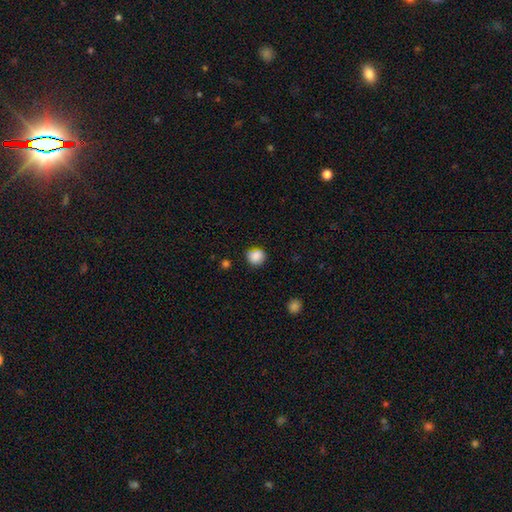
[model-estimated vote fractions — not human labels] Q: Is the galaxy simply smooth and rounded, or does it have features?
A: smooth — 87%.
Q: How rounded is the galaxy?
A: round — 84%.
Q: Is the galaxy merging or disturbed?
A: none — 80%.